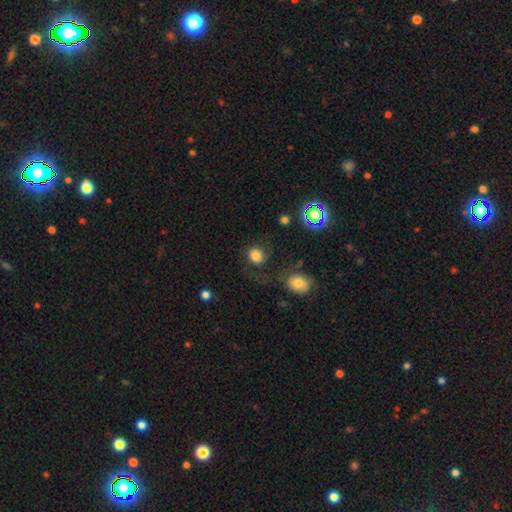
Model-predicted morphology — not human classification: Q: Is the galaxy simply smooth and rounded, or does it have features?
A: smooth — 75%.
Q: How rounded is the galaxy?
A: round — 73%.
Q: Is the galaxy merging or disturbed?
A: none — 55%.